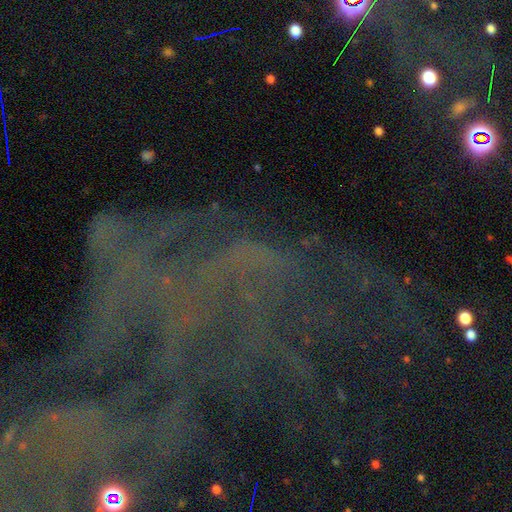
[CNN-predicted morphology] star or artifact 55%, featured or disk 32%, smooth 12%.